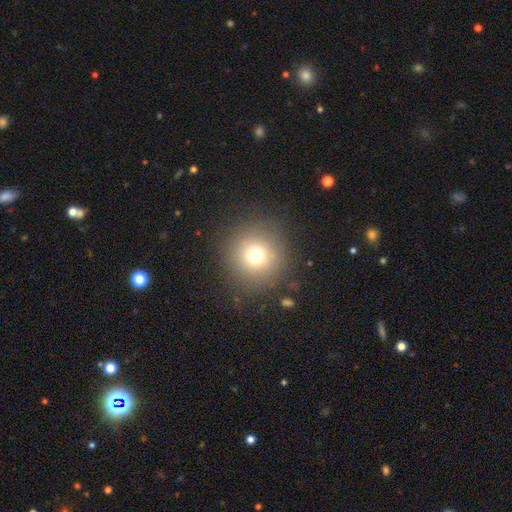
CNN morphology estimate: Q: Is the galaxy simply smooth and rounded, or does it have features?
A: smooth — 73%.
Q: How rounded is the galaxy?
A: round — 95%.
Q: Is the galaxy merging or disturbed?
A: none — 86%.